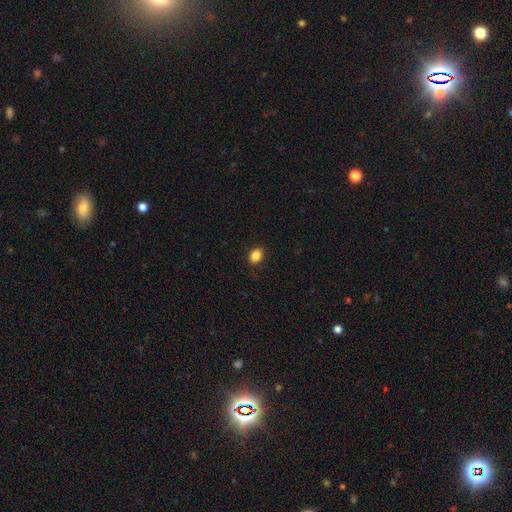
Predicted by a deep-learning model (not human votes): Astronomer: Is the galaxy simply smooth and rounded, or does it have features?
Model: smooth — 86%.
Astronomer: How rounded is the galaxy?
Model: in between — 57% (runner-up: round, 42%).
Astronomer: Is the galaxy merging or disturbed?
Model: none — 88%.